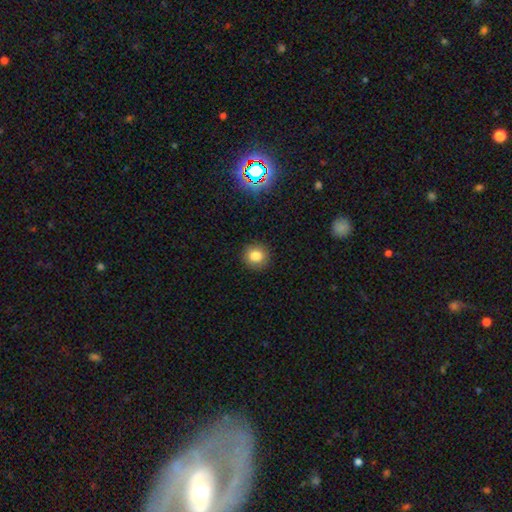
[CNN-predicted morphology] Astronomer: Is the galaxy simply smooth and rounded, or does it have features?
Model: smooth — 82%.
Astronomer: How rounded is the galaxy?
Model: round — 90%.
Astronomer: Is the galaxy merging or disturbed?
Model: none — 91%.